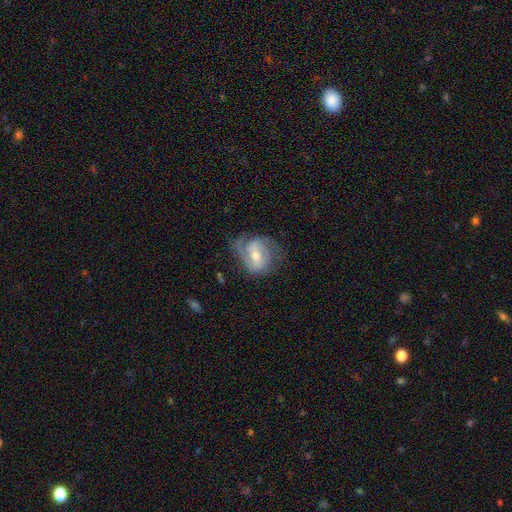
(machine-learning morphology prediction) Smooth or featured: featured or disk — 76% (smooth — 17%)
Edge-on disk: no — 97% (yes — 3%)
Bar: weak — 49% (strong — 28%)
Spiral arms: yes — 90% (no — 10%)
Spiral winding: medium — 44% (tight — 36%)
Spiral arm count: 2 — 54% (can't tell — 18%)
Bulge size: moderate — 59% (small — 36%)
Merging: none — 58% (minor disturbance — 24%)